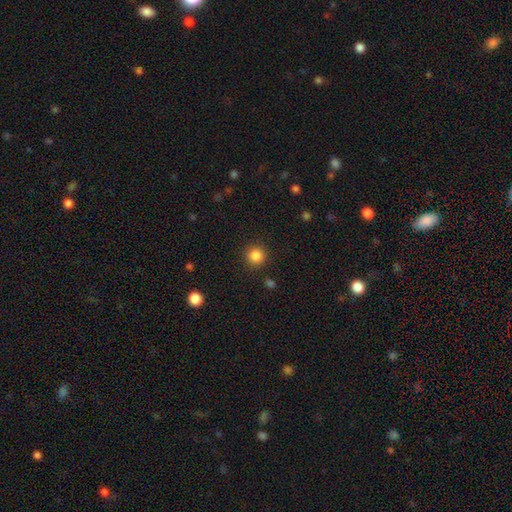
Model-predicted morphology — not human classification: Smooth or featured? smooth (85%)
How rounded? round (94%)
Merging? none (90%)